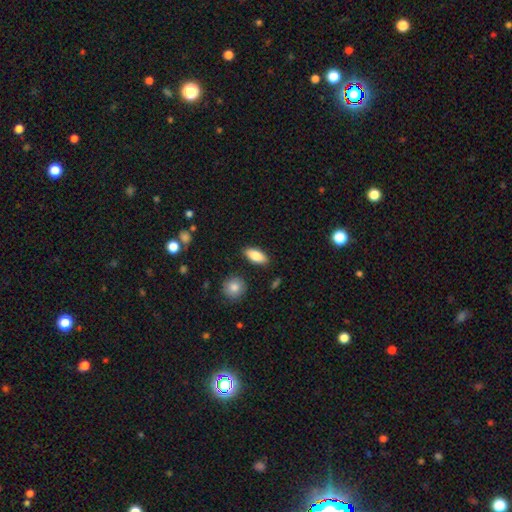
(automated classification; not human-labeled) Overall: smooth (81%). How rounded: in between (84%). Merging: none (87%).